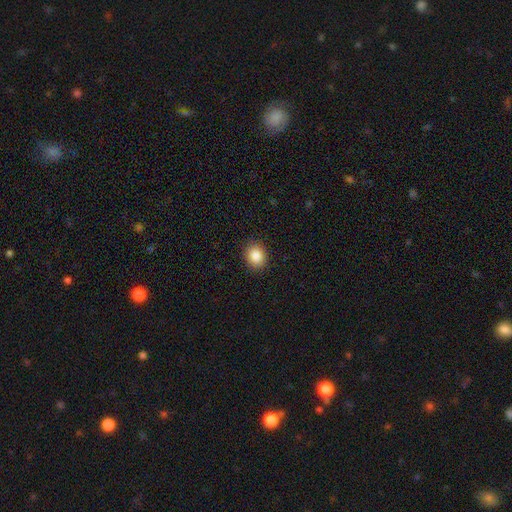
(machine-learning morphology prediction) Q: Smooth or featured?
A: smooth (87%); runner-up: star or artifact (9%)
Q: How rounded?
A: round (64%); runner-up: in between (35%)
Q: Merging?
A: none (89%); runner-up: minor disturbance (8%)